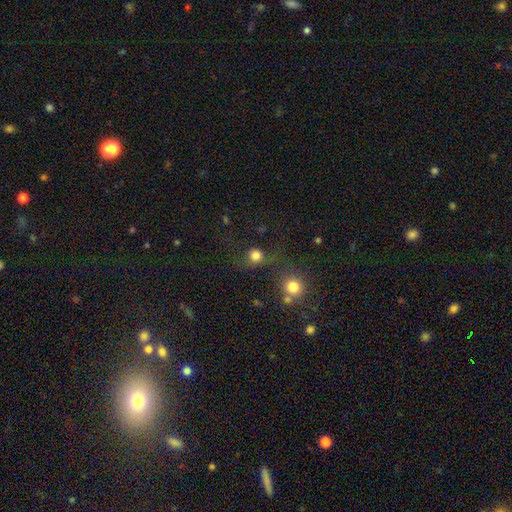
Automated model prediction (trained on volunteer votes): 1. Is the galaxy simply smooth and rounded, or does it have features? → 79% smooth, 14% star or artifact, 6% featured or disk.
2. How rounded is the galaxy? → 90% round, 9% in between, 1% cigar-shaped.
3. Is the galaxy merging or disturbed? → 66% none, 13% minor disturbance, 11% merger, 10% major disturbance.